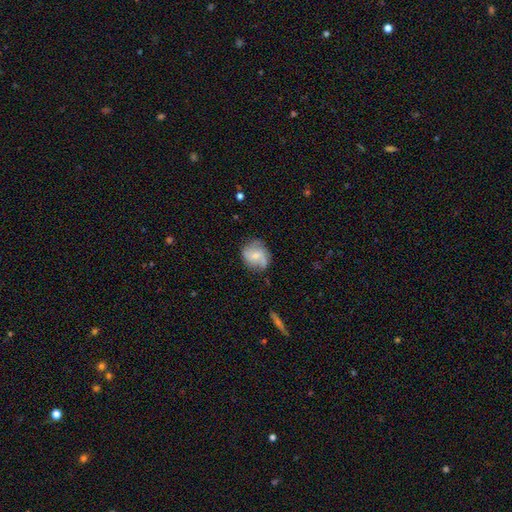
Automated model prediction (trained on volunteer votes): smooth-or-featured: featured or disk: 56% | smooth: 36% | star or artifact: 8%
  disk-edge-on: no: 97% | yes: 3%
    bar: no: 51% | weak: 40% | strong: 10%
    has-spiral-arms: yes: 85% | no: 15%
    bulge-size: small: 54% | moderate: 38% | none: 5% | large: 2% | dominant: 1%
  merging: none: 66% | minor disturbance: 23% | major disturbance: 9% | merger: 2%